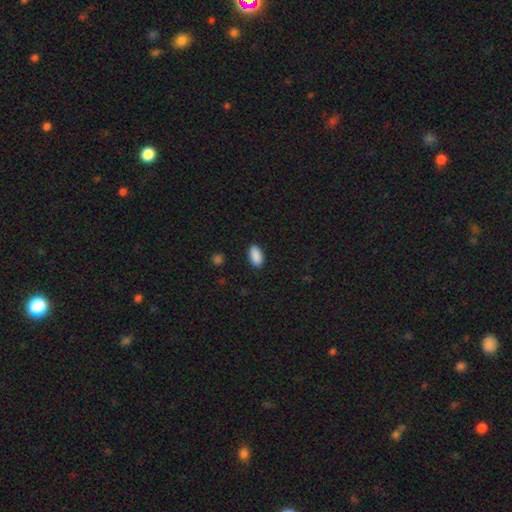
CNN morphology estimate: A smooth galaxy with no disk features (91%) that is in between round and cigar-shaped (94%). Merging: none (89%).